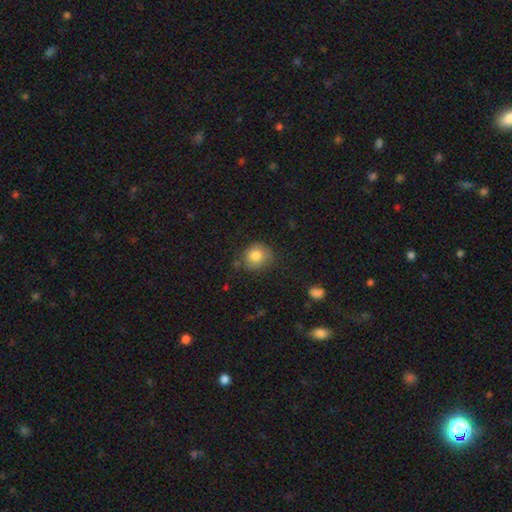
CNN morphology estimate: This appears to be a smooth galaxy with no disk features (81%) that is round (83%). Merging: none (73%).